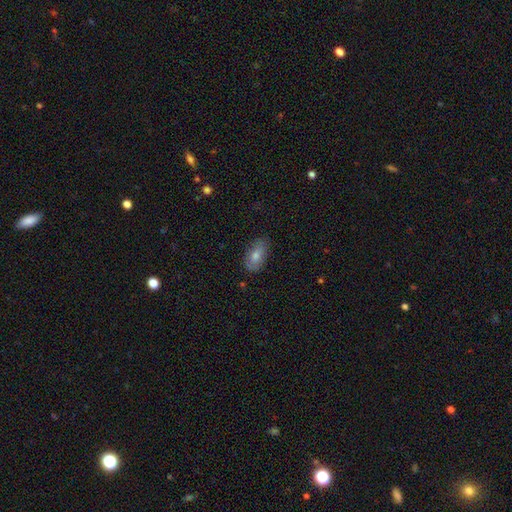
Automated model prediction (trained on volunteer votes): This appears to be a smooth galaxy with no disk features (62%) that is in between round and cigar-shaped (89%). Merging: none (81%).